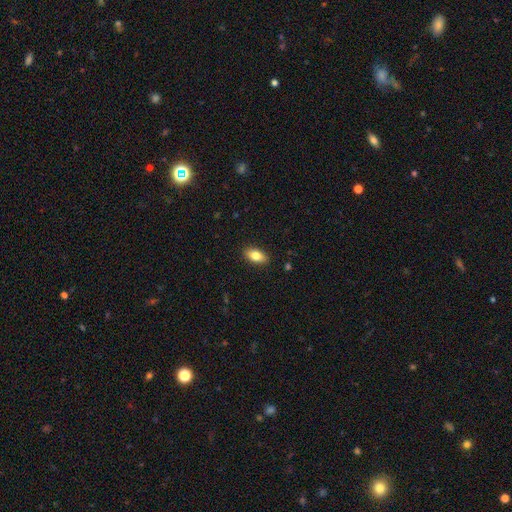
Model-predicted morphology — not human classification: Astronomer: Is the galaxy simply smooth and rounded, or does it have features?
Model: smooth — 81%.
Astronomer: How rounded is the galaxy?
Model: in between — 89%.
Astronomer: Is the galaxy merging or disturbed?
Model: none — 90%.